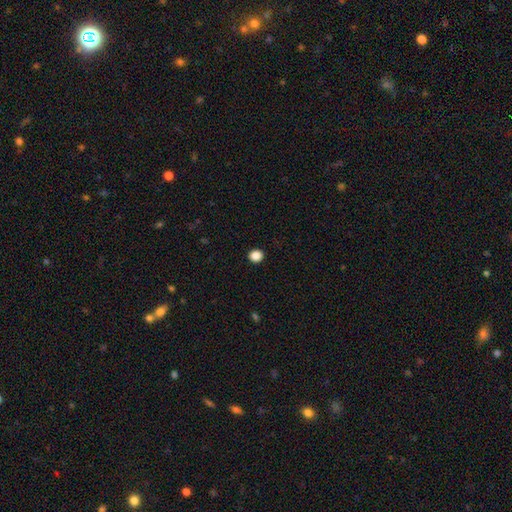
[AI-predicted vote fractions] Smooth or featured: smooth — 87% (star or artifact — 10%)
How rounded: round — 87% (in between — 12%)
Merging: none — 93% (minor disturbance — 4%)